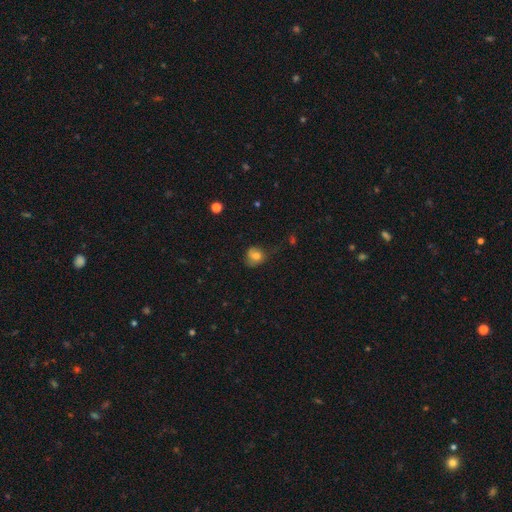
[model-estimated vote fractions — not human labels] smooth_or_featured: smooth (p=0.72) [alt: featured or disk p=0.17]
how_rounded: round (p=0.65) [alt: in between p=0.34]
merging: none (p=0.45) [alt: minor disturbance p=0.34]